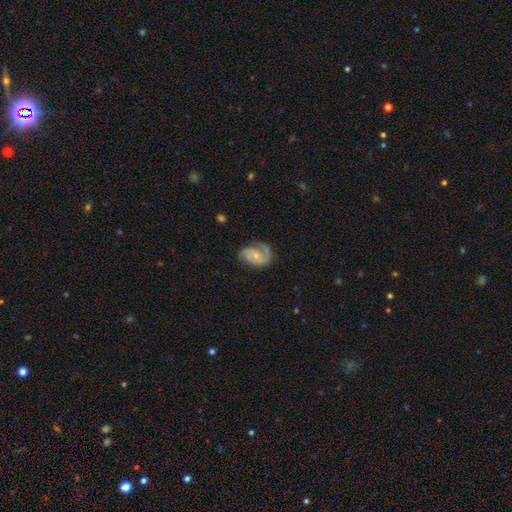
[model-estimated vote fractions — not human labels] This is likely a featured or disk galaxy (71%). It is clearly not viewed edge-on (97%). Bar: possibly no (58%). Spiral arm pattern: clearly yes (91%). Spiral arm count: likely 2 (69%). Spiral winding: possibly medium (46%). Central bulge: likely small (62%). Merging: possibly none (58%).